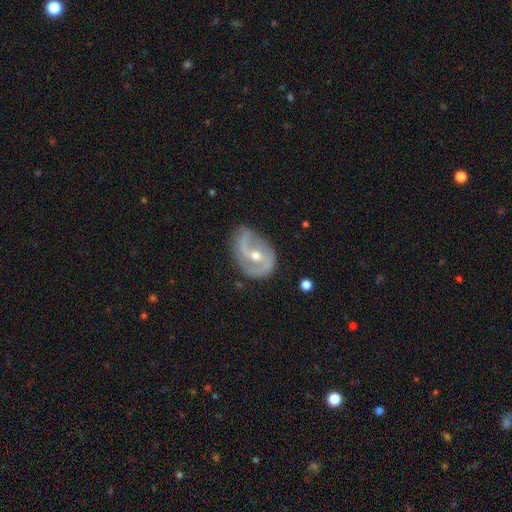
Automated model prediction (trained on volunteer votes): smooth_or_featured: featured or disk (p=0.88) [alt: smooth p=0.07]
disk_edge_on: no (p=0.97) [alt: yes p=0.03]
bar: no (p=0.41) [alt: weak p=0.39]
has_spiral_arms: yes (p=0.94) [alt: no p=0.06]
spiral_winding: medium (p=0.44) [alt: loose p=0.39]
spiral_arm_count: 2 (p=0.87) [alt: 1 p=0.06]
bulge_size: moderate (p=0.58) [alt: small p=0.39]
merging: none (p=0.69) [alt: minor disturbance p=0.22]